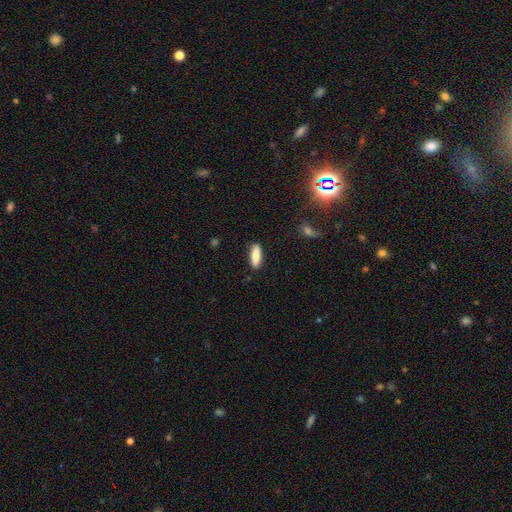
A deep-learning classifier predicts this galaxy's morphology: Smooth or featured: smooth — 84% (featured or disk — 9%)
How rounded: cigar-shaped — 50% (in between — 49%)
Merging: none — 86% (minor disturbance — 10%)